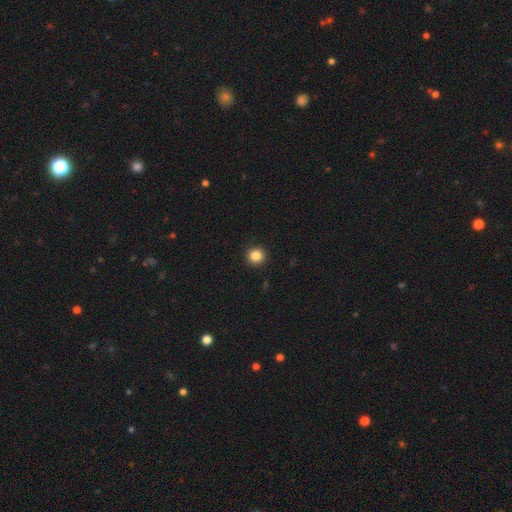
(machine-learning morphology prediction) type=smooth (85%); roundness=round (95%); merging=none (93%).